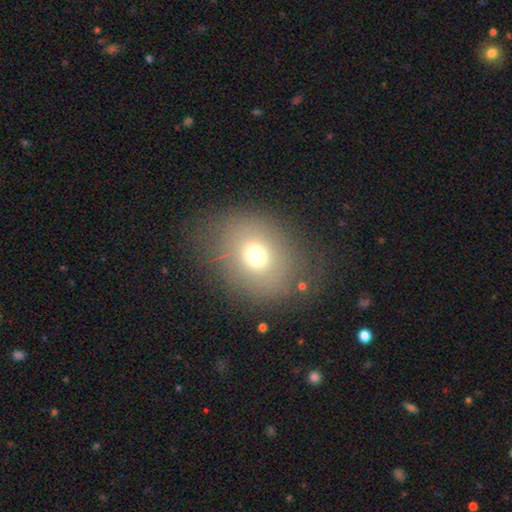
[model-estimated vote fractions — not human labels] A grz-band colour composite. It shows a smooth galaxy with no disk features (68%) that is round (52%). Merging: none (75%).